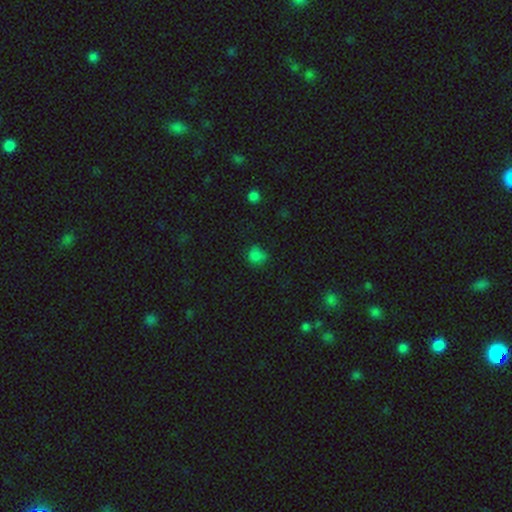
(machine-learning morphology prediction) A smooth galaxy with no disk features (76%) that is round (77%). Merging: none (61%).